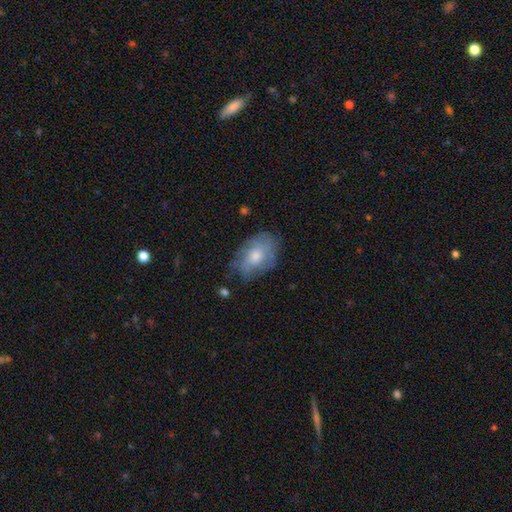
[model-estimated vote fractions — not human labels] smooth-or-featured: smooth: 49% | featured or disk: 44% | star or artifact: 8%
  merging: none: 63% | minor disturbance: 25% | major disturbance: 10% | merger: 2%